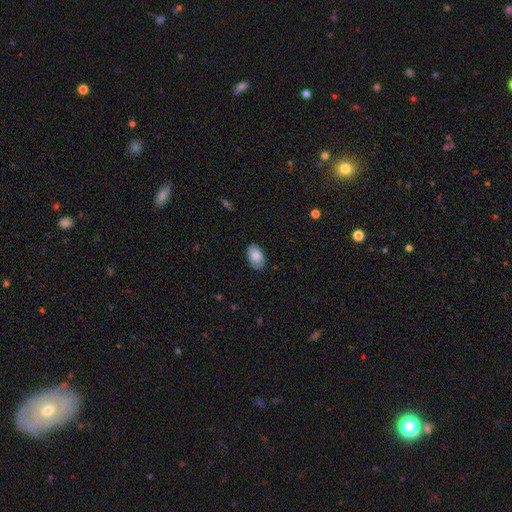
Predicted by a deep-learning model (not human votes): Smooth or featured? smooth (81%)
How rounded? in between (92%)
Merging? none (81%)